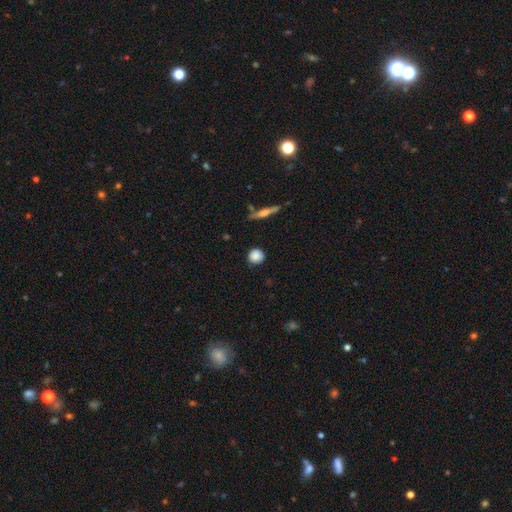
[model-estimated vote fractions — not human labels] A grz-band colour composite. It shows a smooth galaxy with no disk features (86%) that is round (91%). Merging: none (87%).